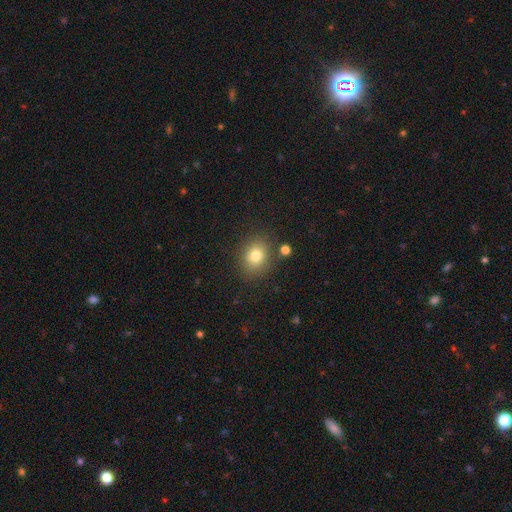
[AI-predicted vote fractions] Smooth or featured: smooth — 79% (star or artifact — 12%)
How rounded: round — 60% (in between — 39%)
Merging: none — 80% (minor disturbance — 11%)